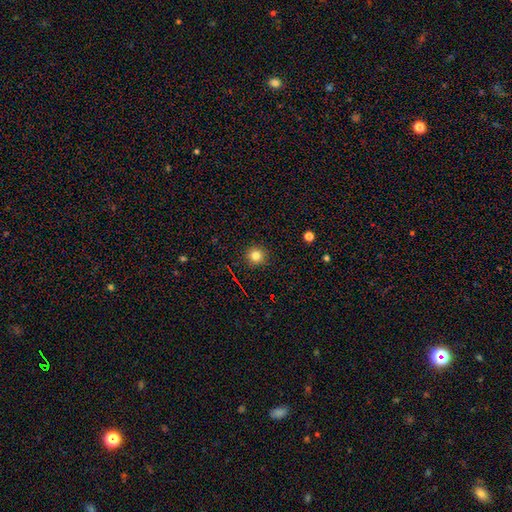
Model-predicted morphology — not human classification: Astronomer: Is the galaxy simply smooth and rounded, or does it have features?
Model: smooth — 79%.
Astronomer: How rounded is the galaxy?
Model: round — 94%.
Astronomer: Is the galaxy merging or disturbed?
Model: none — 91%.